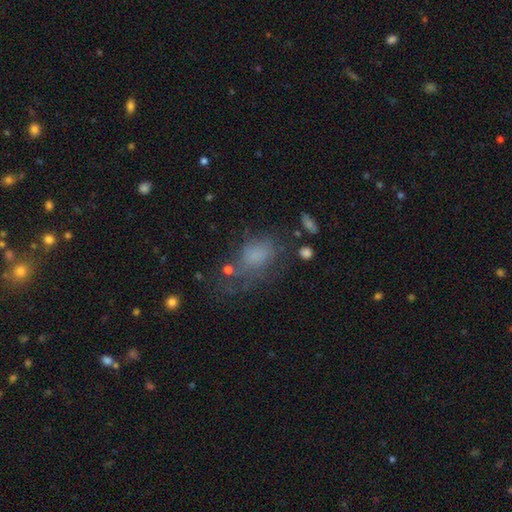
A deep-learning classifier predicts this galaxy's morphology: type=smooth (58%); roundness=in between (79%); merging=none (35%).